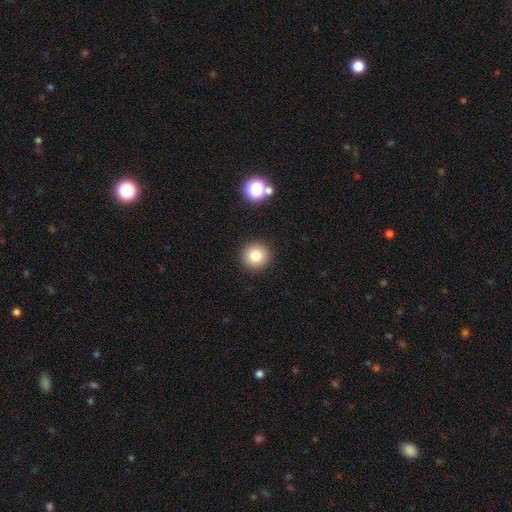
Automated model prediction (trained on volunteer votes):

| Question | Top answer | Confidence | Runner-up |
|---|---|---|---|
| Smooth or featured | smooth | 80% | star or artifact (12%) |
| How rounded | round | 96% | in between (4%) |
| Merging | none | 91% | minor disturbance (5%) |